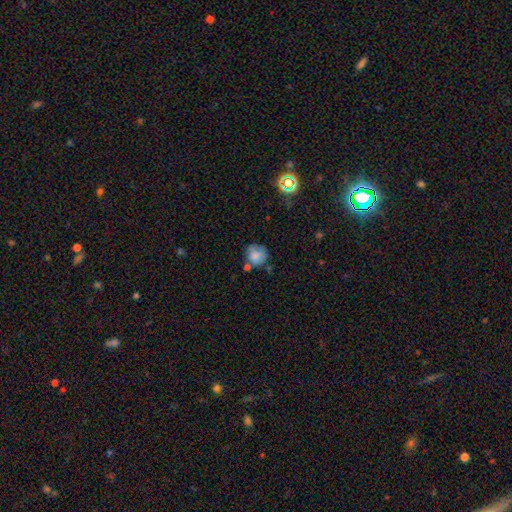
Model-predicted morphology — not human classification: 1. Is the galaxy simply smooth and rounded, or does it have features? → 75% smooth, 16% featured or disk, 9% star or artifact.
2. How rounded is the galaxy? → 86% round, 13% in between, 1% cigar-shaped.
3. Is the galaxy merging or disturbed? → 56% none, 24% minor disturbance, 13% merger, 8% major disturbance.